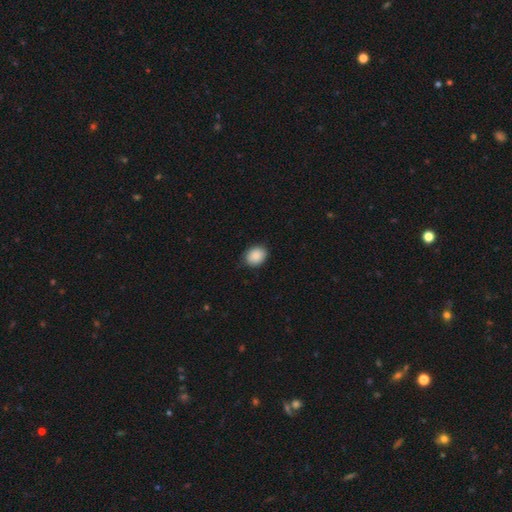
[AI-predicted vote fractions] A smooth galaxy with no disk features (89%) that is in between round and cigar-shaped (52%).

Vote fractions:
- Smooth or featured? smooth: 89% / star or artifact: 7% / featured or disk: 3%
- How rounded? in between: 52% / round: 47% / cigar-shaped: 1%
- Merging? none: 86% / minor disturbance: 11% / major disturbance: 2% / merger: 1%